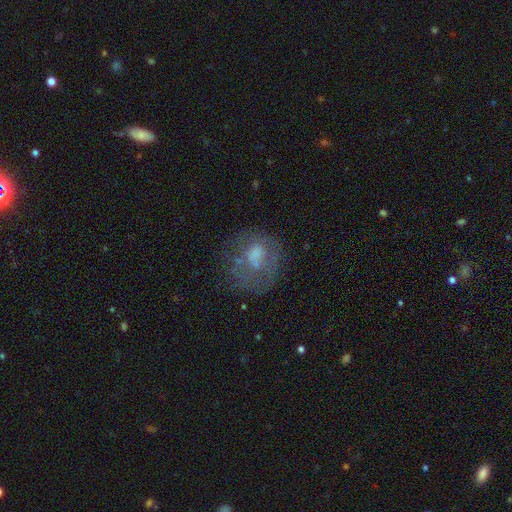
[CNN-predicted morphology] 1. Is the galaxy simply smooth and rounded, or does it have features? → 45% featured or disk, 43% smooth, 12% star or artifact.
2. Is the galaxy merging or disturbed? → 49% none, 26% major disturbance, 20% minor disturbance, 5% merger.